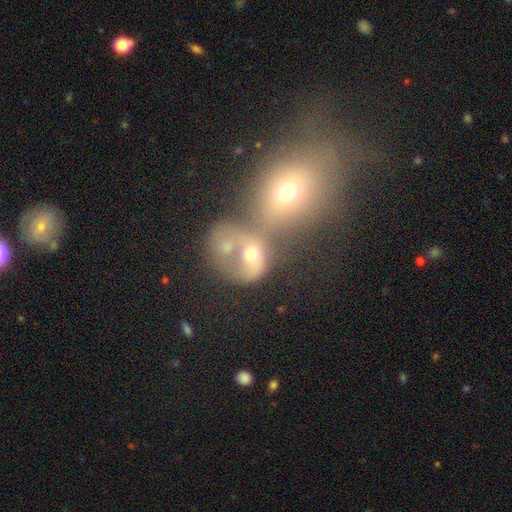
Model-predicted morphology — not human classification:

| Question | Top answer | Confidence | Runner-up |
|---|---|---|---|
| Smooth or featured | smooth | 49% | featured or disk (34%) |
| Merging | merger | 67% | none (17%) |